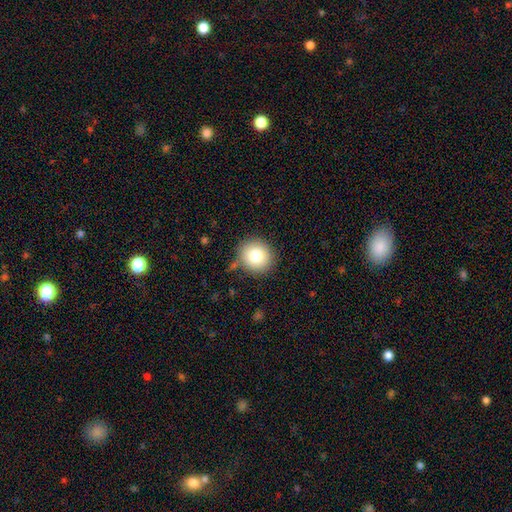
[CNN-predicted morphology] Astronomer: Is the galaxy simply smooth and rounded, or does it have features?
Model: smooth — 79%.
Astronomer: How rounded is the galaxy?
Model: round — 90%.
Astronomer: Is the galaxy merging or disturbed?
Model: none — 83%.